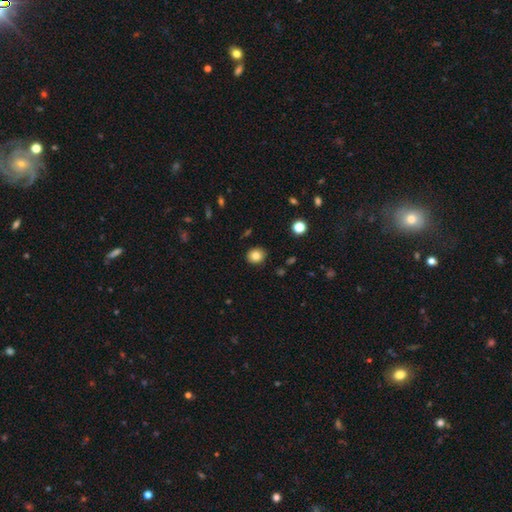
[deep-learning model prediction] A smooth galaxy with no disk features (83%) that is round (76%).

Vote fractions:
- Smooth or featured? smooth: 83% / star or artifact: 10% / featured or disk: 7%
- How rounded? round: 76% / in between: 23% / cigar-shaped: 1%
- Merging? none: 90% / minor disturbance: 7% / major disturbance: 2% / merger: 1%